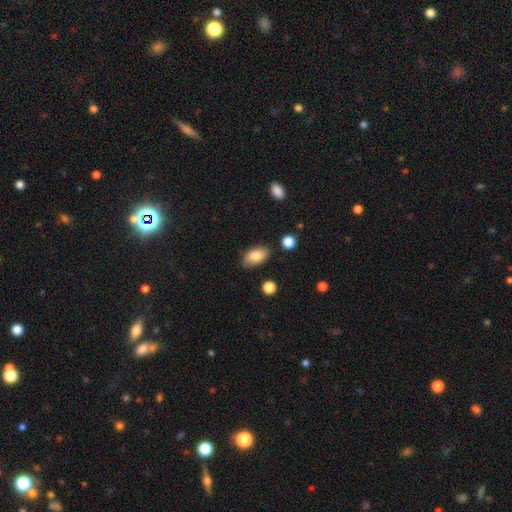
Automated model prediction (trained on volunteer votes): Overall: smooth (84%). How rounded: in between (92%). Merging: none (81%).